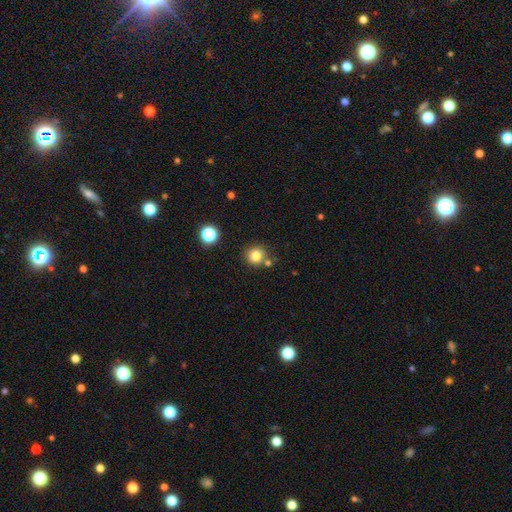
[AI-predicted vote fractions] The model was most divided on "merging": none: 77%, merger: 10%, minor disturbance: 10%, major disturbance: 3%. More confident: how rounded — round (92%); smooth or featured — smooth (82%).